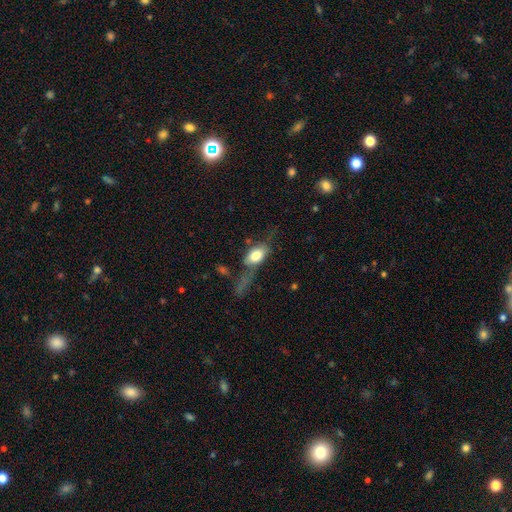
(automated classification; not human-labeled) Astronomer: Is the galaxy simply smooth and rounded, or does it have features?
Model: smooth — 65%.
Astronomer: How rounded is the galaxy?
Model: in between — 84%.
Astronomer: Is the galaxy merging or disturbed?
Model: major disturbance — 36% (runner-up: none, 32%).